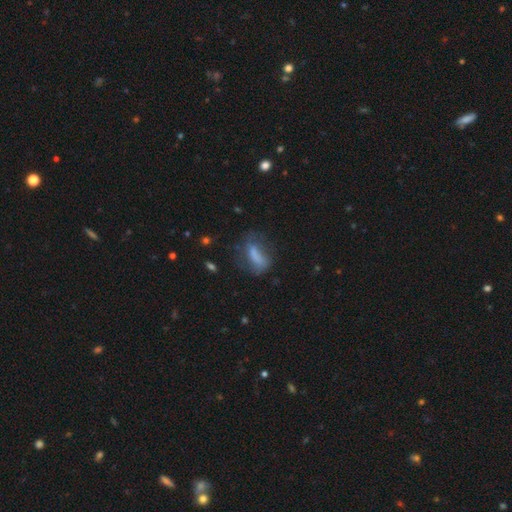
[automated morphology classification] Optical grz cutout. It shows a smooth galaxy with no disk features (59%) that is in between round and cigar-shaped (67%). Merging: none (42%).